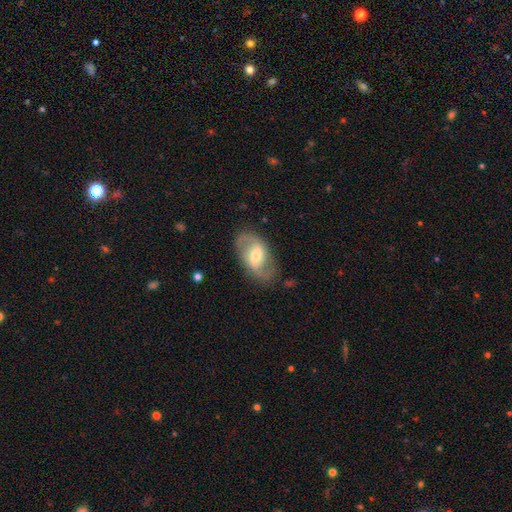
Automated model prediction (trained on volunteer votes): Morphology: type=featured or disk (73%); edge-on=no (95%); bar=weak (48%); spiral arms=yes (86%); winding=medium (46%); arm count=2 (88%); bulge=moderate (58%); merging=none (78%).